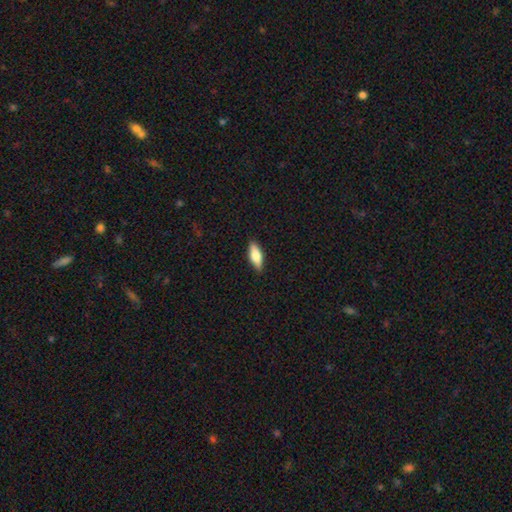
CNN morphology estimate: Overall: smooth (73%). How rounded: in between (68%; cigar-shaped 30%). Merging: none (88%).